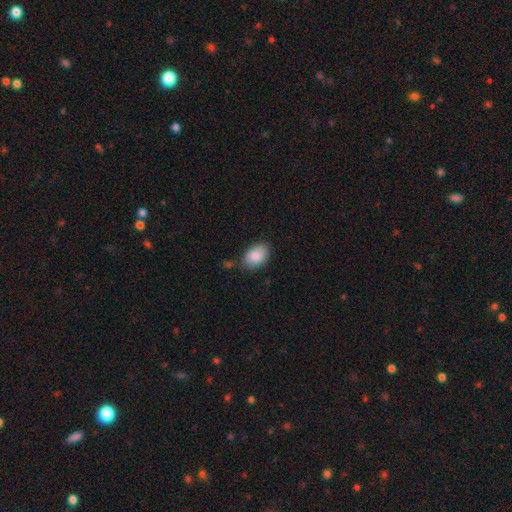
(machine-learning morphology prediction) type=smooth (87%); roundness=in between (85%); merging=none (76%).